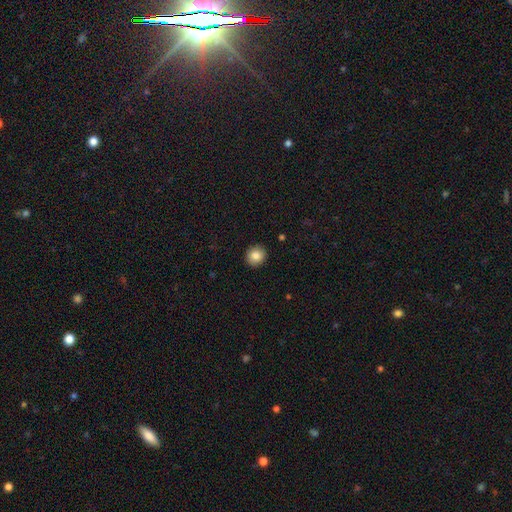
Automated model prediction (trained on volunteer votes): A smooth galaxy with no disk features (85%) that is round (86%). Merging: none (92%).